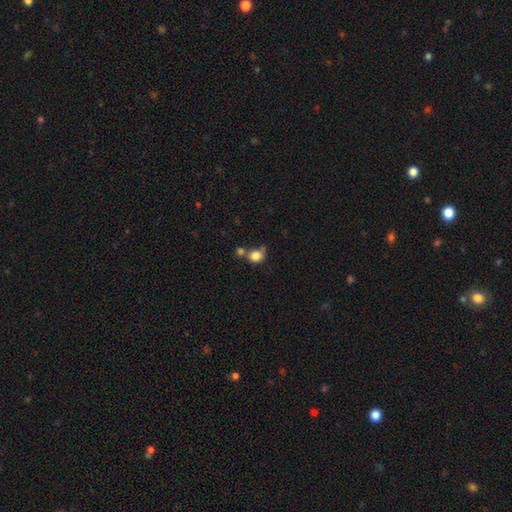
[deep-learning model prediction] Smooth or featured?
  - smooth: 82% *
  - star or artifact: 10%
  - featured or disk: 8%
How rounded?
  - round: 73% *
  - in between: 26%
  - cigar-shaped: 1%
Merging?
  - none: 49% *
  - merger: 30%
  - minor disturbance: 16%
  - major disturbance: 6%